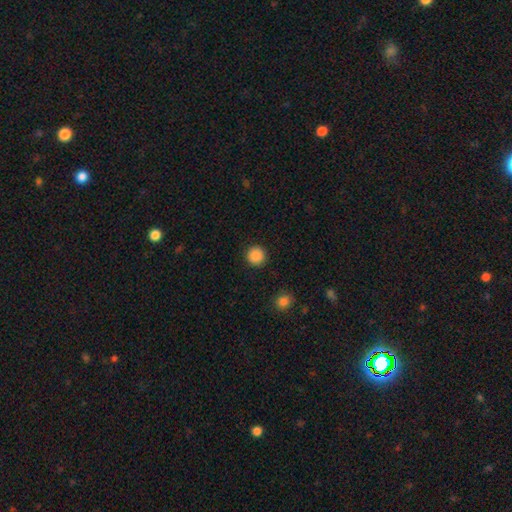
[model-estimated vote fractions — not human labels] A smooth galaxy with no disk features (88%) that is round (95%).

Vote fractions:
- Smooth or featured? smooth: 88% / star or artifact: 9% / featured or disk: 3%
- How rounded? round: 95% / in between: 4% / cigar-shaped: 1%
- Merging? none: 92% / minor disturbance: 4% / major disturbance: 2% / merger: 1%